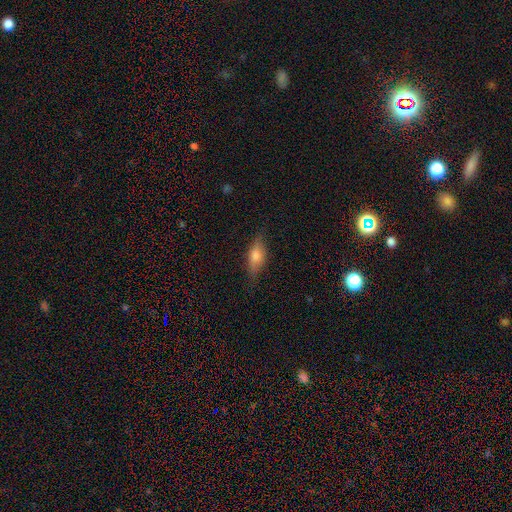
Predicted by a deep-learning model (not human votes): Overall: smooth (58%; featured or disk 34%). How rounded: in between (69%). Merging: none (78%).